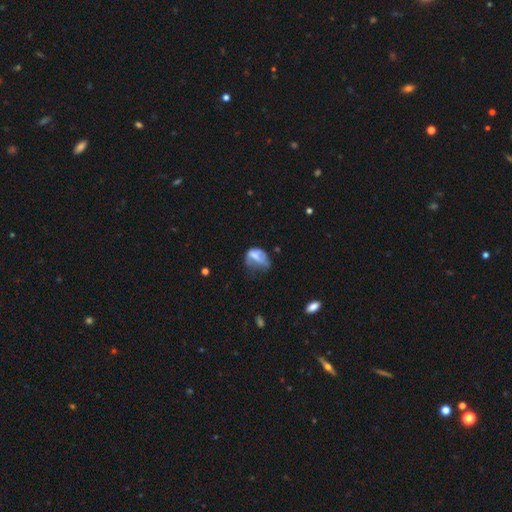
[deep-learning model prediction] This is possibly a smooth galaxy (53%). How rounded: likely in between (75%). Merging: marginally major disturbance (44%).